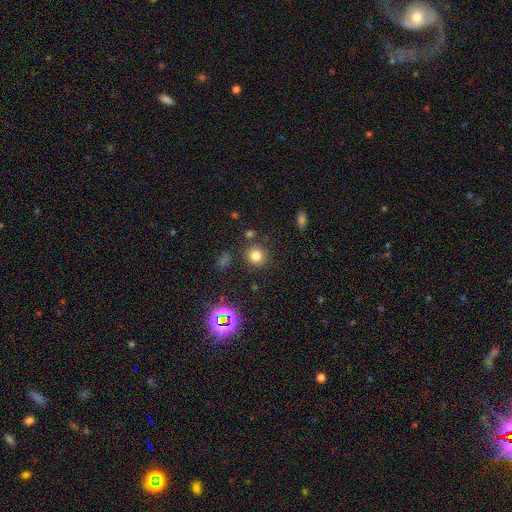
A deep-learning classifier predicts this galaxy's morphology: Smooth or featured: smooth — 76% (star or artifact — 17%)
How rounded: round — 89% (in between — 10%)
Merging: none — 84% (minor disturbance — 8%)